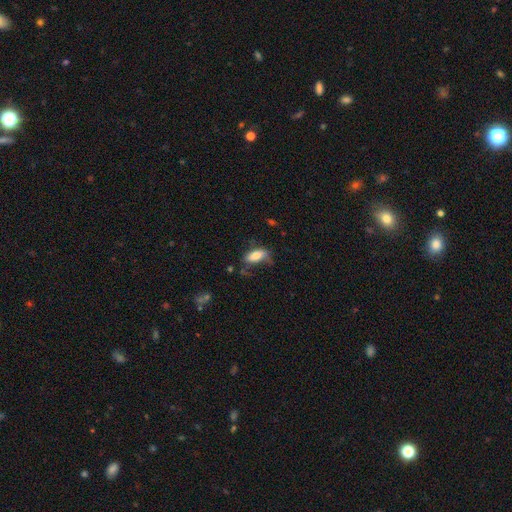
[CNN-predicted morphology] The model was most divided on "merging": none: 49%, minor disturbance: 30%, major disturbance: 17%, merger: 4%. More confident: how rounded — in between (82%); smooth or featured — smooth (78%).